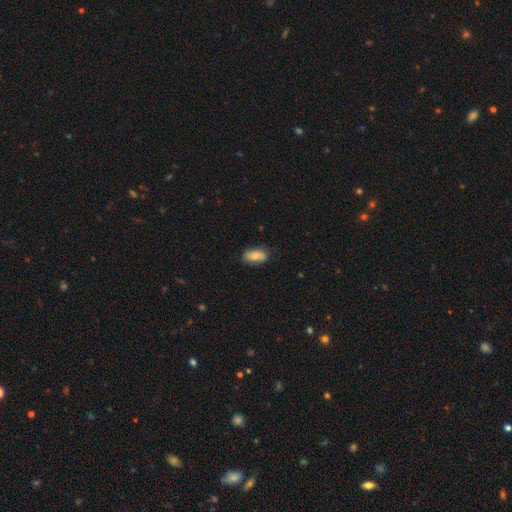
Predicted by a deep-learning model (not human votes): smooth-or-featured: smooth: 71% | featured or disk: 22% | star or artifact: 7%
  how-rounded: in between: 90% | cigar-shaped: 5% | round: 4%
  merging: none: 76% | minor disturbance: 19% | major disturbance: 4% | merger: 1%